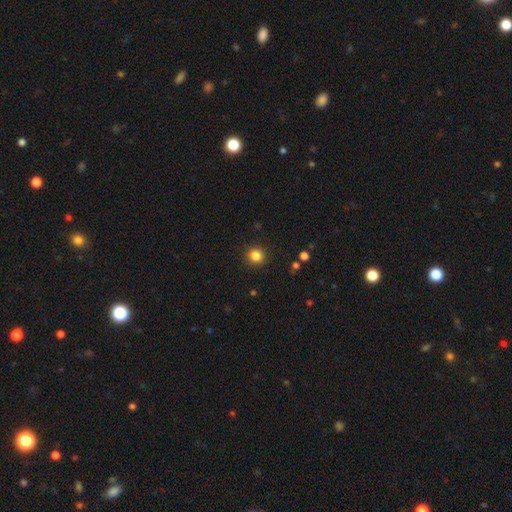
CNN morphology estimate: Smooth or featured: smooth — 84% (star or artifact — 12%)
How rounded: round — 84% (in between — 15%)
Merging: none — 90% (minor disturbance — 7%)